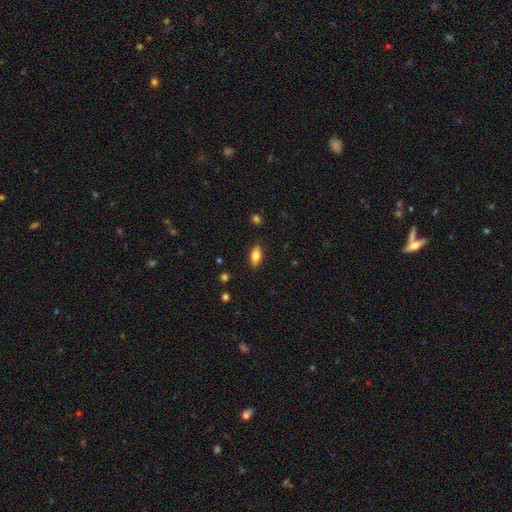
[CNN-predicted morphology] smooth_or_featured: smooth (p=0.74) [alt: featured or disk p=0.19]
how_rounded: in between (p=0.85) [alt: cigar-shaped p=0.12]
merging: none (p=0.87) [alt: minor disturbance p=0.10]